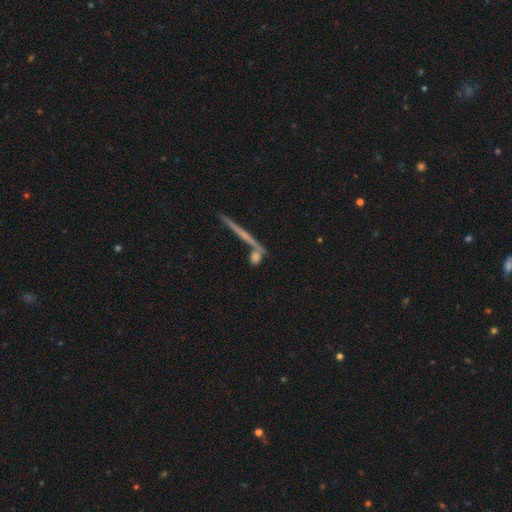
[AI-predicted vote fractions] This appears to be a smooth galaxy with no disk features (52%) that is cigar-shaped (45%). Merging: none (65%).